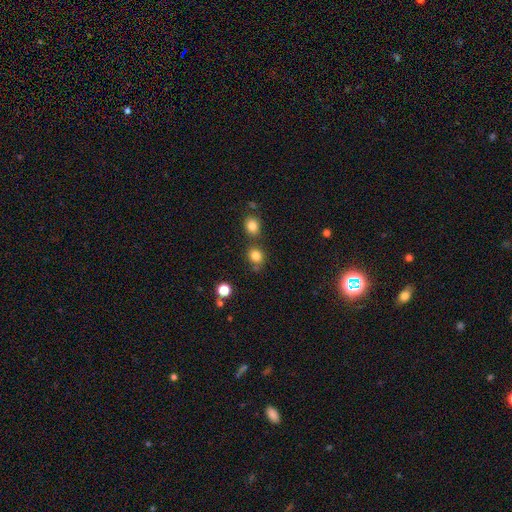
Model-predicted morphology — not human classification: type=smooth (82%); roundness=round (72%); merging=none (67%).